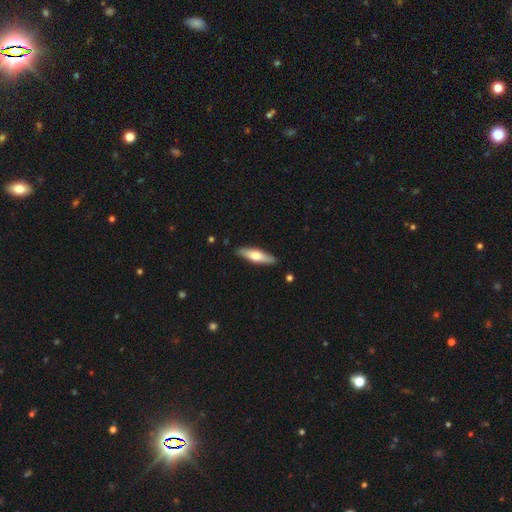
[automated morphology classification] Overall: smooth (57%; featured or disk 37%). How rounded: cigar-shaped (69%). Merging: none (88%).